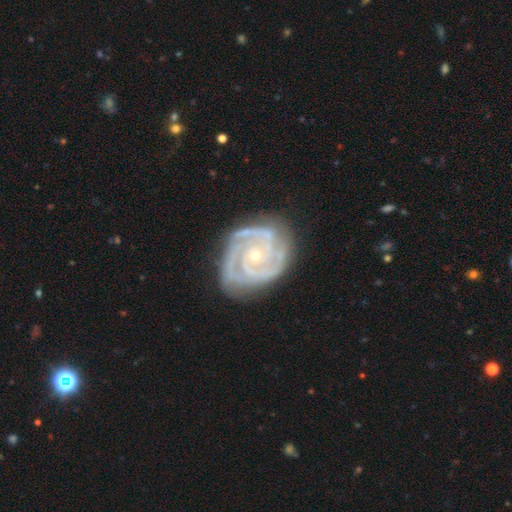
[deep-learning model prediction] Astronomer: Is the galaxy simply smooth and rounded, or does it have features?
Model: featured or disk — 92%.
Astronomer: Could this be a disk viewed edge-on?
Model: no — 98%.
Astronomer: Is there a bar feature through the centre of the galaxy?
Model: no — 73%.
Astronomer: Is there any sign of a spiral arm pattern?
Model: yes — 98%.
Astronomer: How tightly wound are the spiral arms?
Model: tight — 71%.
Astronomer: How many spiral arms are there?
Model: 3 — 44% (runner-up: 2, 28%).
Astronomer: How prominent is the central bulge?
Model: small — 73%.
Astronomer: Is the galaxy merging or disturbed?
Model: none — 75%.